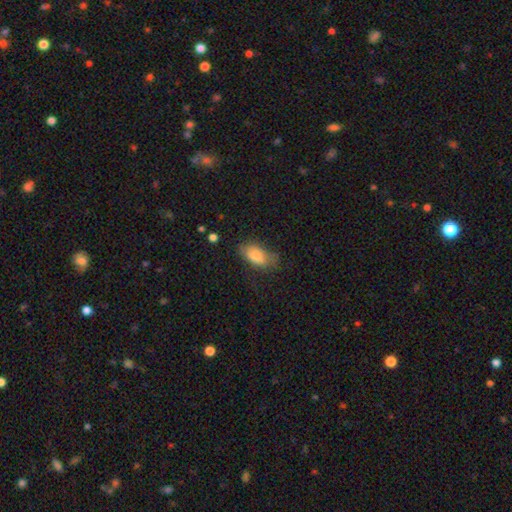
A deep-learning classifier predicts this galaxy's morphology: This appears to be a smooth galaxy with no disk features (79%) that is in between round and cigar-shaped (90%). Merging: none (59%).